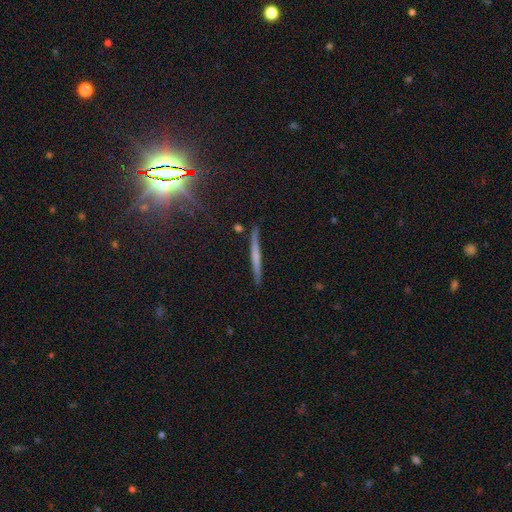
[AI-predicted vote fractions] smooth-or-featured: featured or disk: 46% | smooth: 43% | star or artifact: 11%
  merging: none: 87% | minor disturbance: 9% | major disturbance: 2% | merger: 2%